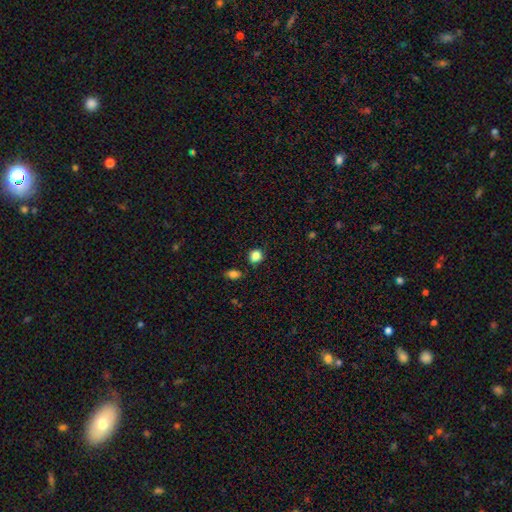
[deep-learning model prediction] A smooth galaxy with no disk features (85%) that is round (69%). Merging: none (76%).